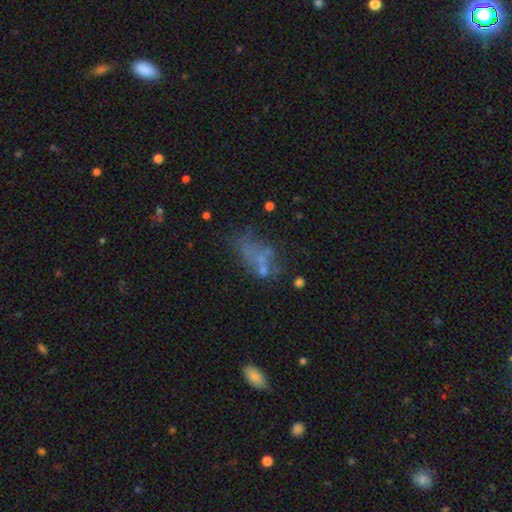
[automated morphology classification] A smooth galaxy with no disk features (41%). Merging: none (46%).